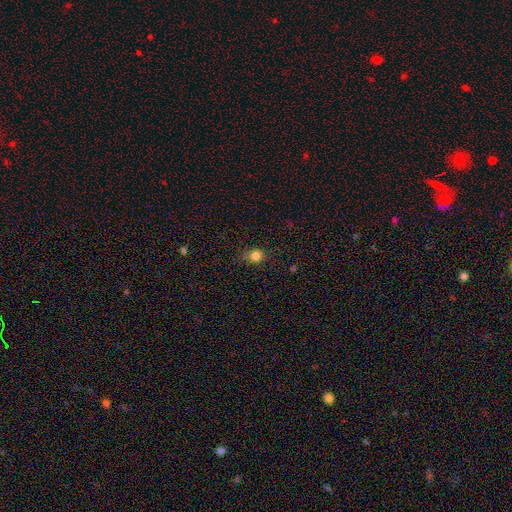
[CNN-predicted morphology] Smooth or featured: smooth — 80% (star or artifact — 14%)
How rounded: round — 79% (in between — 19%)
Merging: none — 78% (minor disturbance — 16%)